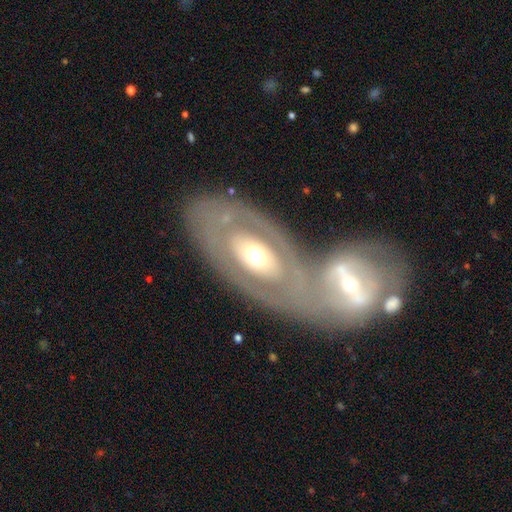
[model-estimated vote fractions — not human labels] smooth_or_featured: featured or disk (p=0.65) [alt: smooth p=0.29]
disk_edge_on: no (p=0.91) [alt: yes p=0.09]
bar: no (p=0.83) [alt: weak p=0.10]
has_spiral_arms: no (p=0.78) [alt: yes p=0.22]
bulge_size: moderate (p=0.67) [alt: large p=0.20]
merging: none (p=0.51) [alt: merger p=0.29]